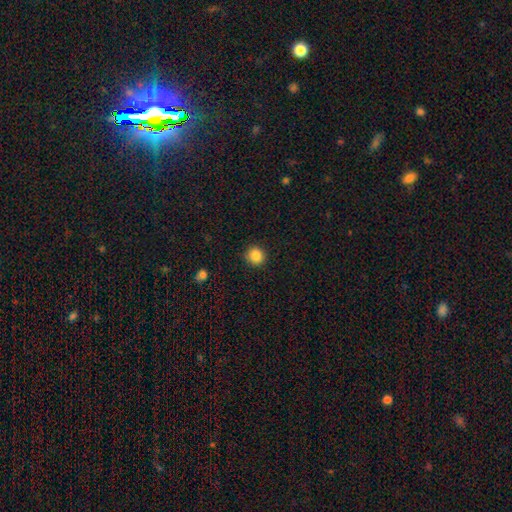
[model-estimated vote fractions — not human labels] A smooth galaxy with no disk features (86%) that is round (92%).

Vote fractions:
- Smooth or featured? smooth: 86% / star or artifact: 10% / featured or disk: 4%
- How rounded? round: 92% / in between: 7% / cigar-shaped: 1%
- Merging? none: 91% / minor disturbance: 6% / major disturbance: 2% / merger: 1%